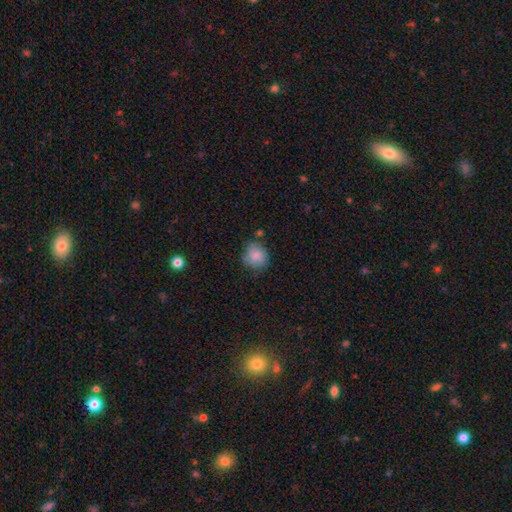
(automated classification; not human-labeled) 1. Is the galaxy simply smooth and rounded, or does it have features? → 82% smooth, 10% featured or disk, 8% star or artifact.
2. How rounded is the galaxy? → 79% round, 20% in between, 1% cigar-shaped.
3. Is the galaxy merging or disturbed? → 68% none, 23% minor disturbance, 6% major disturbance, 4% merger.